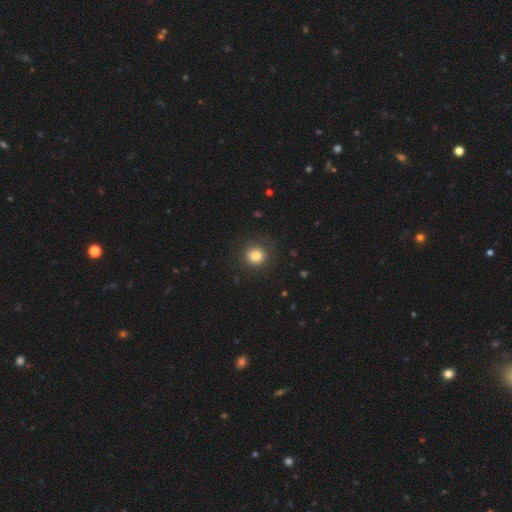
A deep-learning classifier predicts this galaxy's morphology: Smooth or featured?
  - smooth: 83% *
  - star or artifact: 11%
  - featured or disk: 6%
How rounded?
  - round: 91% *
  - in between: 8%
  - cigar-shaped: 1%
Merging?
  - none: 87% *
  - minor disturbance: 8%
  - major disturbance: 4%
  - merger: 1%